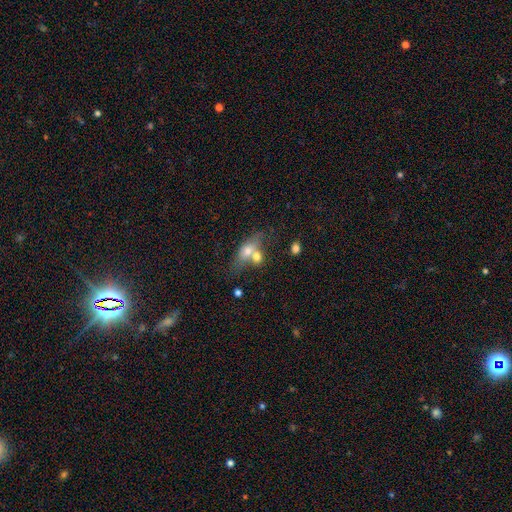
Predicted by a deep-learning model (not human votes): smooth 64%, featured or disk 27%, star or artifact 9%. Down the decision tree: how rounded — in between (66%); merging — merger (51%).